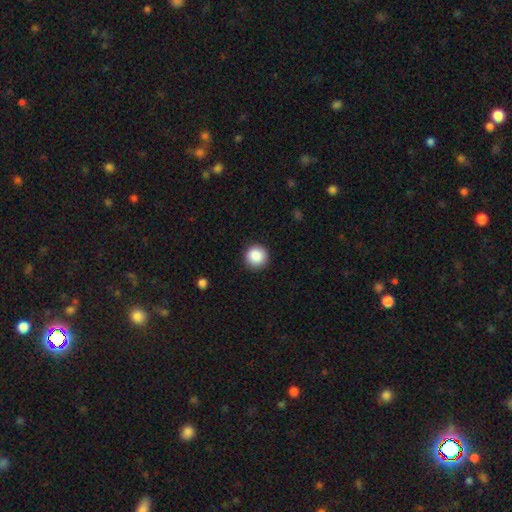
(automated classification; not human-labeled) This appears to be a smooth galaxy with no disk features (88%) that is round (95%). Merging: none (91%).